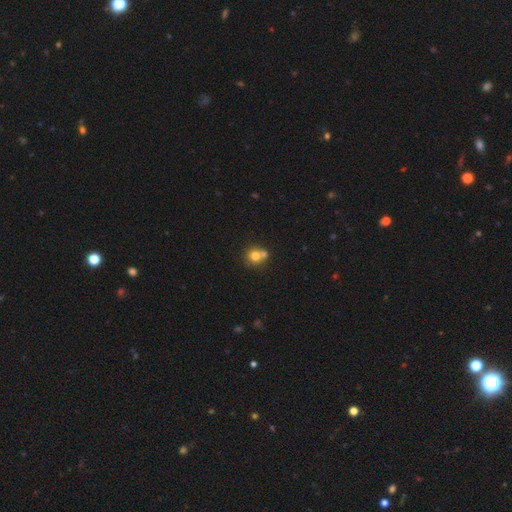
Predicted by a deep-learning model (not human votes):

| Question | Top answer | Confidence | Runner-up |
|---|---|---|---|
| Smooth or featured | smooth | 75% | featured or disk (13%) |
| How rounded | round | 85% | in between (14%) |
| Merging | none | 48% | merger (41%) |